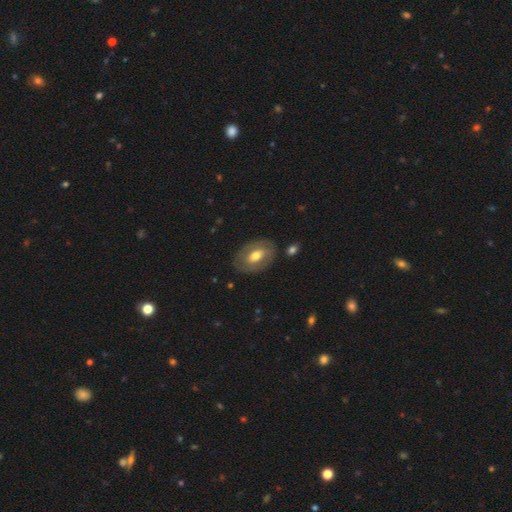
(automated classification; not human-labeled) Smooth or featured? Predicted: smooth (p=0.48). Merging? Predicted: none (p=0.81).